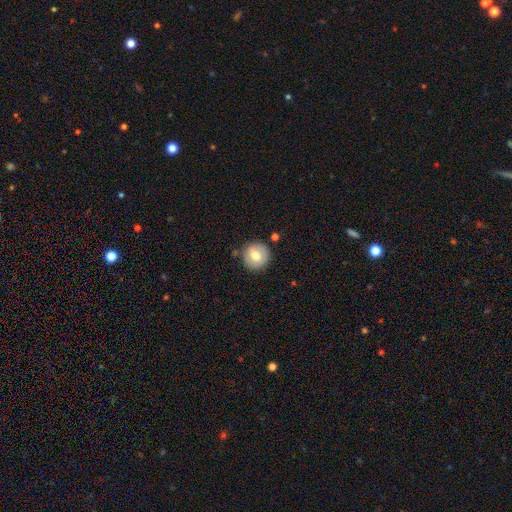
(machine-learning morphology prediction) Overall: smooth (71%). How rounded: round (92%). Merging: none (84%).